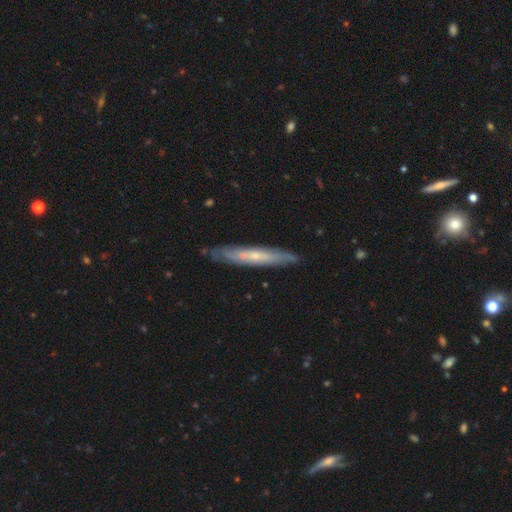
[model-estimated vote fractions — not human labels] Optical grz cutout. It shows a featured or disk galaxy (58%) viewed edge-on (71%). Merging: none (83%).